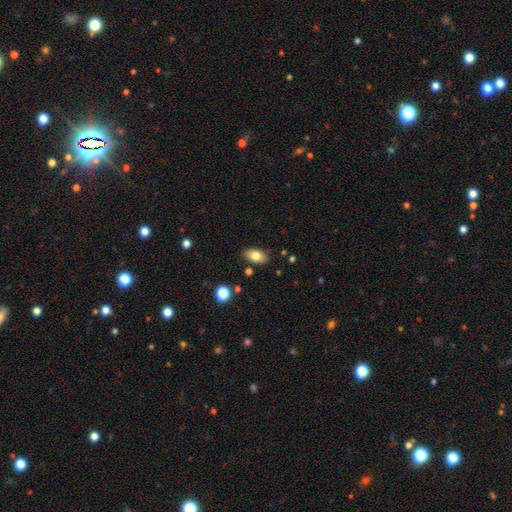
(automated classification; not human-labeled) Smooth or featured? Predicted: smooth (p=0.78). How rounded? Predicted: in between (p=0.91). Merging? Predicted: none (p=0.85).